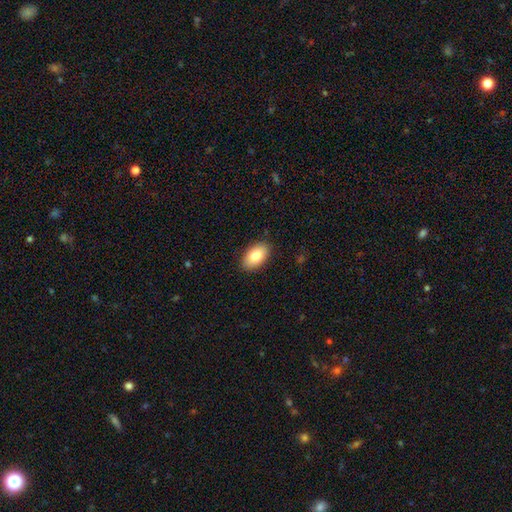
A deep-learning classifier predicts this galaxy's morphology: Overall: smooth (83%). How rounded: in between (93%). Merging: none (88%).